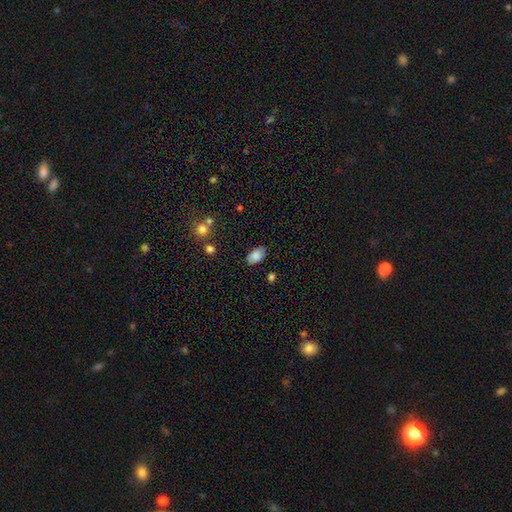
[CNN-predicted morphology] Smooth or featured? Predicted: smooth (p=0.85). How rounded? Predicted: in between (p=0.93). Merging? Predicted: none (p=0.83).